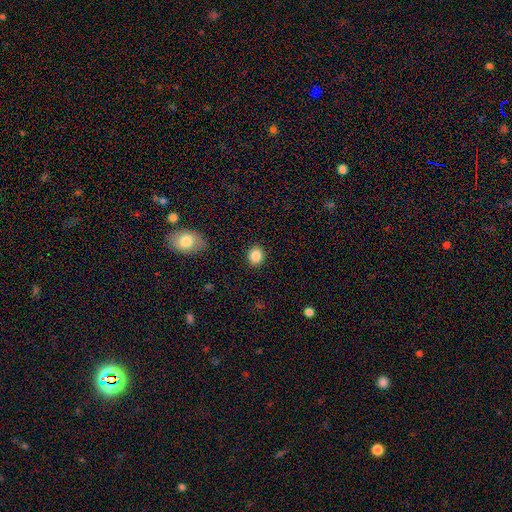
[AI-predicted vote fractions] This is clearly a smooth galaxy (86%). How rounded: likely round (75%). Merging: clearly none (90%).